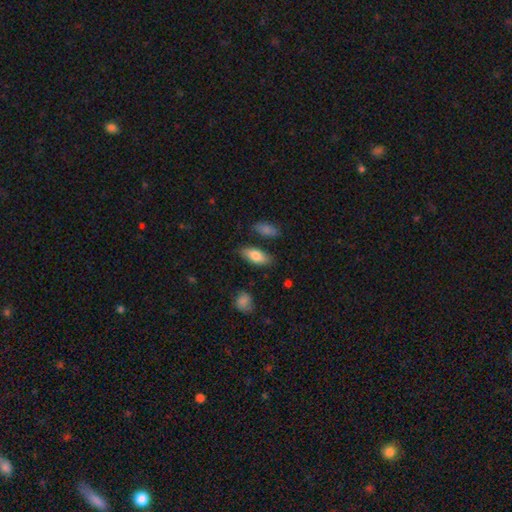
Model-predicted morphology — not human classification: smooth_or_featured: smooth (p=0.79) [alt: featured or disk p=0.14]
how_rounded: in between (p=0.83) [alt: cigar-shaped p=0.15]
merging: none (p=0.78) [alt: minor disturbance p=0.14]